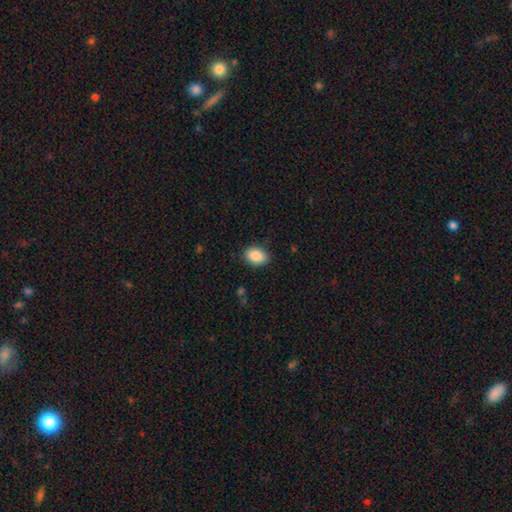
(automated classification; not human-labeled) The model was most divided on "how rounded": in between: 78%, round: 21%, cigar-shaped: 1%. More confident: smooth or featured — smooth (88%); merging — none (86%).